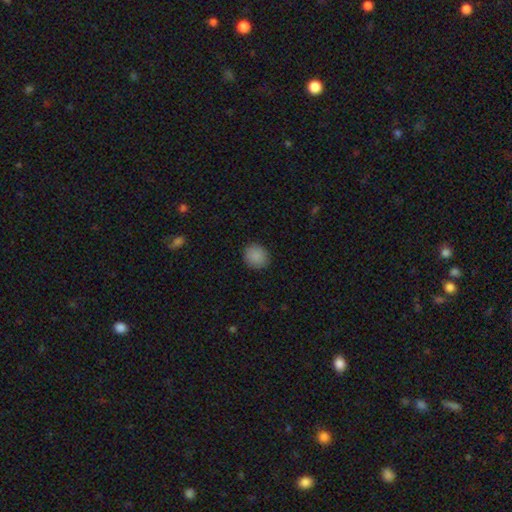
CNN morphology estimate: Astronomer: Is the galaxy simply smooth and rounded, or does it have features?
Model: smooth — 89%.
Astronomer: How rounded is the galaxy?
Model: round — 83%.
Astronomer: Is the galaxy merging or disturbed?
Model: none — 89%.